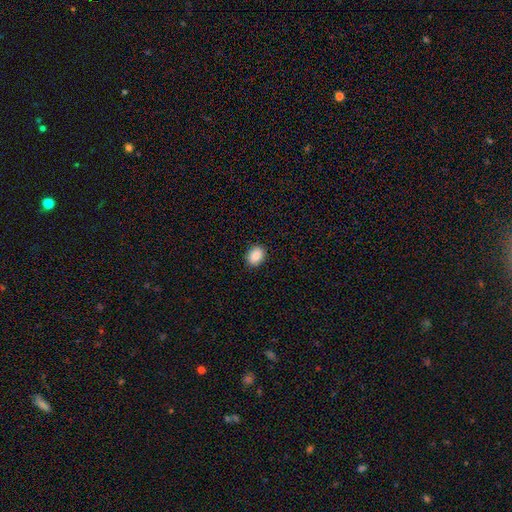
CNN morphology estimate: Smooth or featured?
  - smooth: 89% *
  - star or artifact: 8%
  - featured or disk: 3%
How rounded?
  - in between: 61% *
  - round: 38%
  - cigar-shaped: 1%
Merging?
  - none: 89% *
  - minor disturbance: 8%
  - major disturbance: 2%
  - merger: 1%